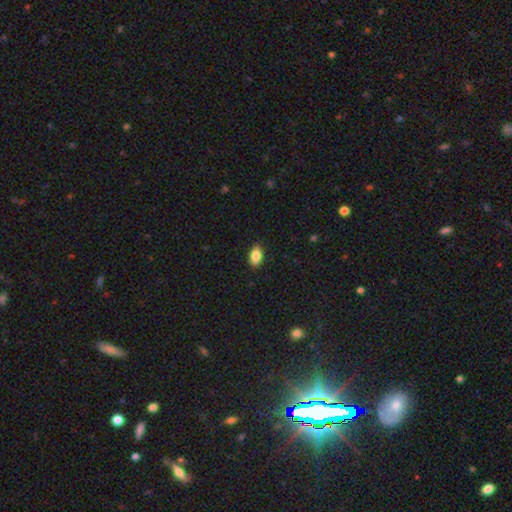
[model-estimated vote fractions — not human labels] smooth_or_featured: smooth (p=0.86) [alt: star or artifact p=0.08]
how_rounded: in between (p=0.91) [alt: round p=0.06]
merging: none (p=0.88) [alt: minor disturbance p=0.09]